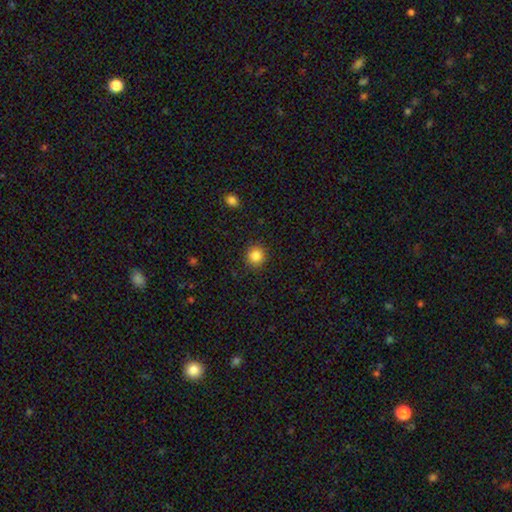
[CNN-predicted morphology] A smooth galaxy with no disk features (85%) that is round (93%).

Vote fractions:
- Smooth or featured? smooth: 85% / star or artifact: 11% / featured or disk: 4%
- How rounded? round: 93% / in between: 6% / cigar-shaped: 1%
- Merging? none: 91% / minor disturbance: 6% / major disturbance: 2% / merger: 1%